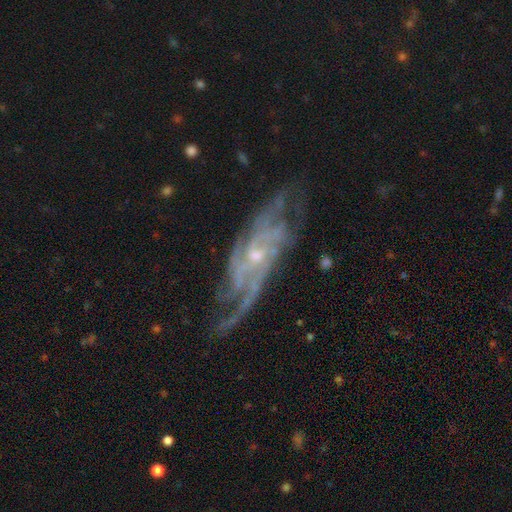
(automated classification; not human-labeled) smooth-or-featured: featured or disk: 89% | star or artifact: 6% | smooth: 5%
  disk-edge-on: no: 91% | yes: 9%
    bar: no: 57% | weak: 34% | strong: 9%
    has-spiral-arms: yes: 96% | no: 4%
      spiral-winding: medium: 44% | tight: 39% | loose: 18%
      spiral-arm-count: can't tell: 26% | 3: 23% | 2: 22% | 4: 14% | more than 4: 8% | 1: 7%
    bulge-size: small: 65% | moderate: 30% | none: 3% | large: 1% | dominant: 1%
  merging: none: 64% | minor disturbance: 20% | major disturbance: 14% | merger: 2%